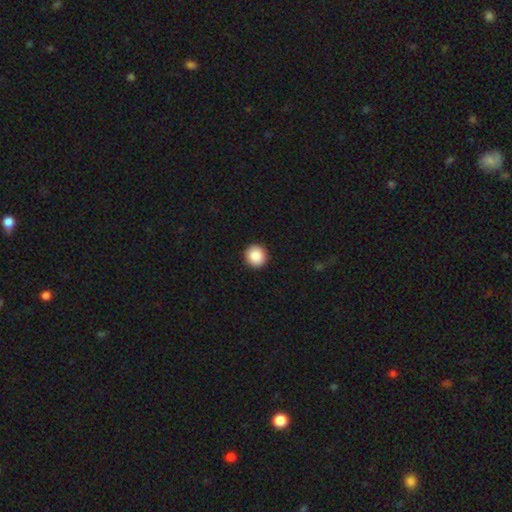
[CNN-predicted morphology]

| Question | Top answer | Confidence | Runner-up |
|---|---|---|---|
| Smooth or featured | smooth | 89% | star or artifact (8%) |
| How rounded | round | 93% | in between (6%) |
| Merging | none | 93% | minor disturbance (4%) |